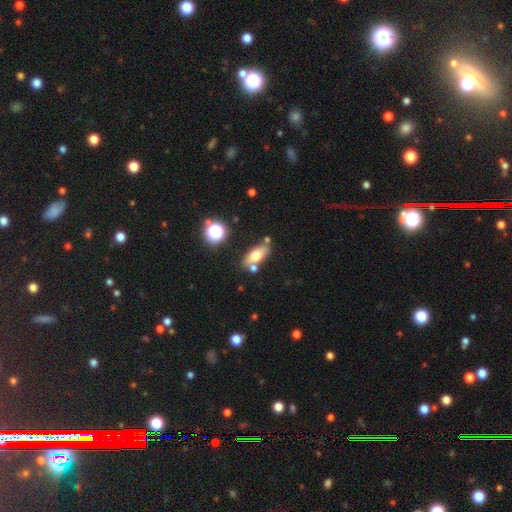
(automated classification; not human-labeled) The model was most divided on "smooth or featured": smooth: 65%, featured or disk: 25%, star or artifact: 11%. More confident: how rounded — in between (74%); merging — none (70%).